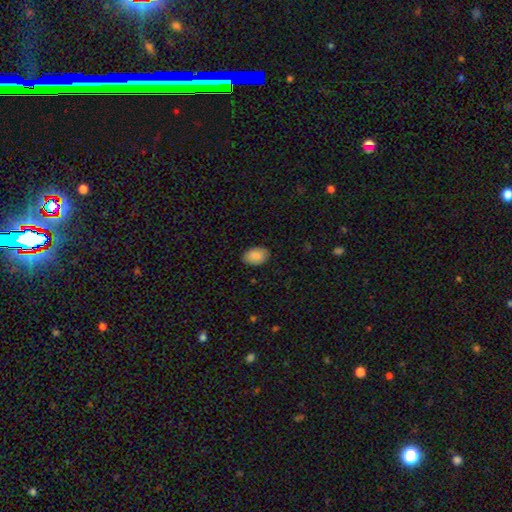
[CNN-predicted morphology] smooth_or_featured: smooth (p=0.88) [alt: star or artifact p=0.07]
how_rounded: in between (p=0.89) [alt: round p=0.10]
merging: none (p=0.85) [alt: minor disturbance p=0.11]